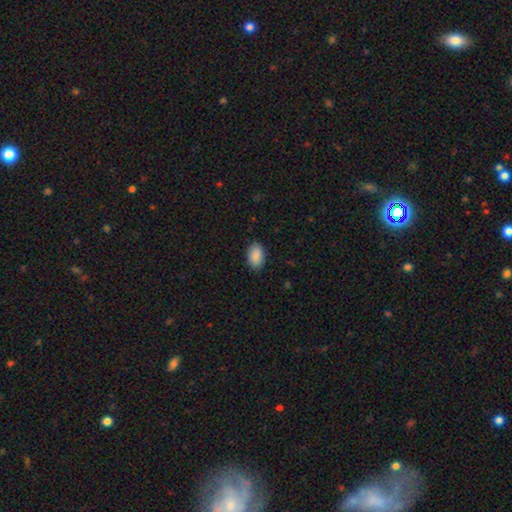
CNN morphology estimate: This appears to be a smooth galaxy with no disk features (90%) that is in between round and cigar-shaped (92%). Merging: none (87%).